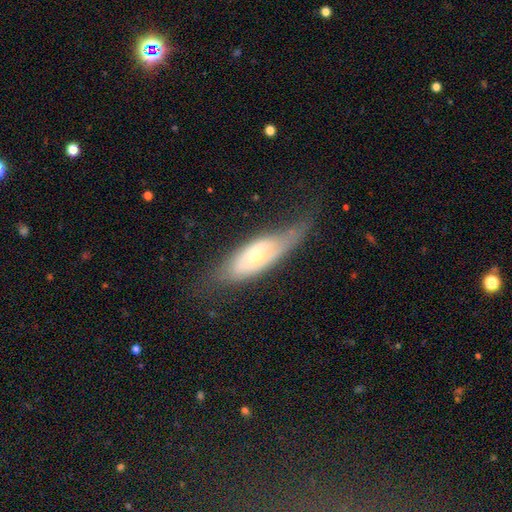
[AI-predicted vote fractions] A featured or disk galaxy (54%). Merging: none (43%).